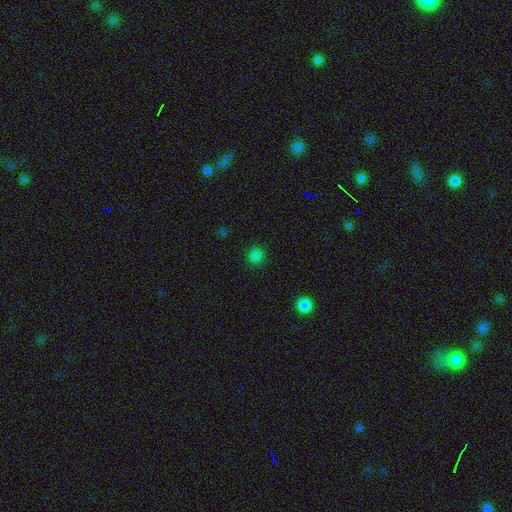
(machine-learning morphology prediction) type=smooth (81%); roundness=round (92%); merging=none (91%).